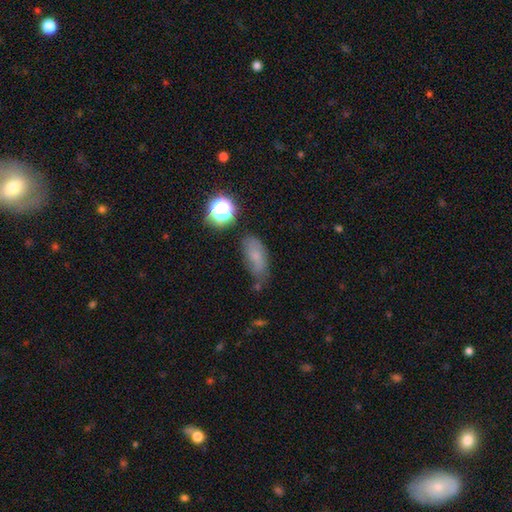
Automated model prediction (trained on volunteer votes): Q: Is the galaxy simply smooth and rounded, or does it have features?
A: smooth — 64%.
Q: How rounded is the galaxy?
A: in between — 82%.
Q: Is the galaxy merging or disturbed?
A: none — 54%.